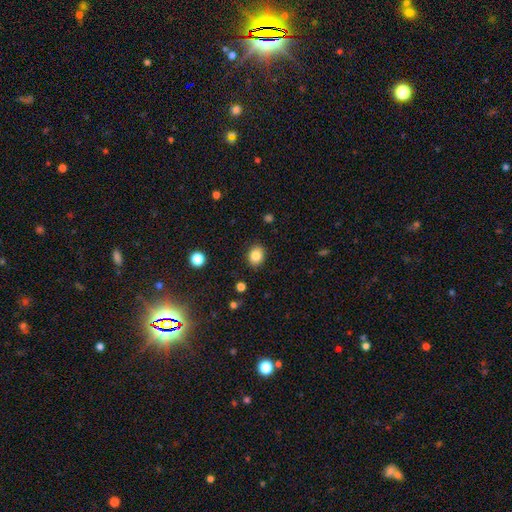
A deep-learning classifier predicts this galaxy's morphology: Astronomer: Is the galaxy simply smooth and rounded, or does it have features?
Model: smooth — 84%.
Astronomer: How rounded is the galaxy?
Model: round — 51% (runner-up: in between, 48%).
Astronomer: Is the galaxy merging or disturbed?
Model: none — 88%.